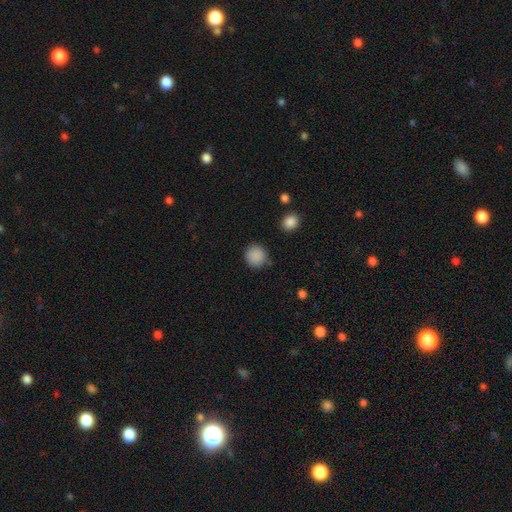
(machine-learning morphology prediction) Smooth or featured? smooth (87%)
How rounded? round (92%)
Merging? none (83%)